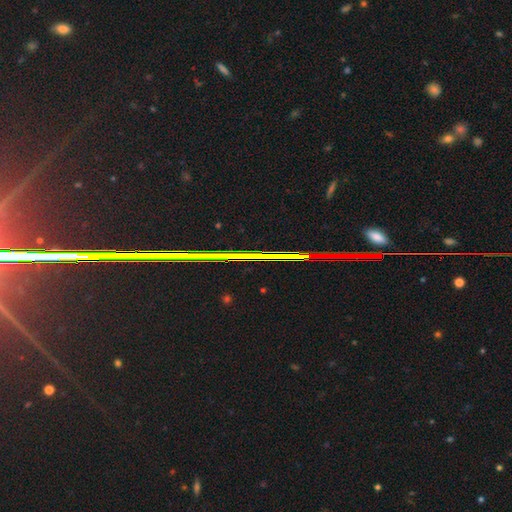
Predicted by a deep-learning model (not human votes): Morphology: type=star or artifact (85%).